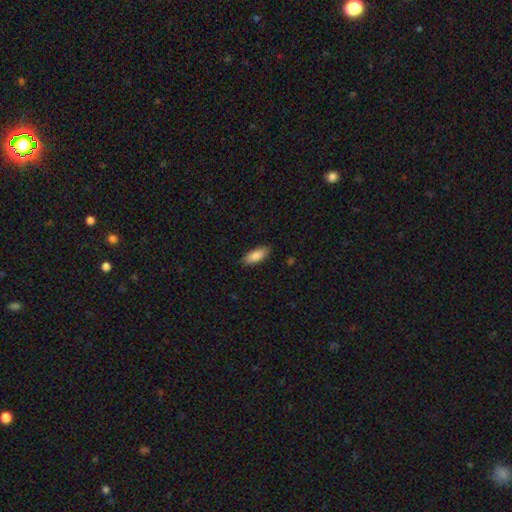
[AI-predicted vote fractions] This appears to be a smooth galaxy with no disk features (85%) that is in between round and cigar-shaped (75%). Merging: none (86%).